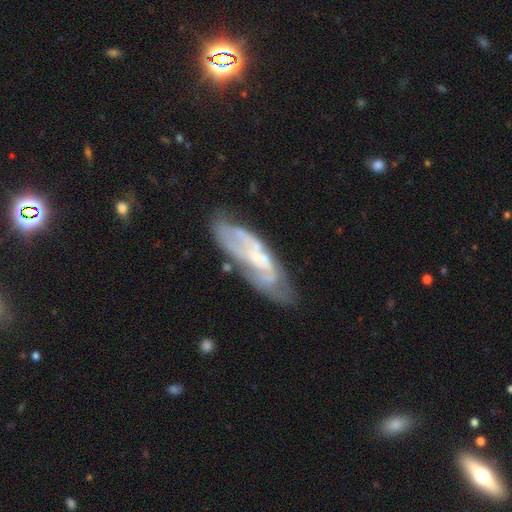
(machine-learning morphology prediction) This is likely a featured or disk galaxy (65%). It is clearly not viewed edge-on (81%). Bar: possibly no (59%). Spiral arm pattern: possibly yes (58%). Central bulge: marginally small (42%). Merging: possibly none (54%).